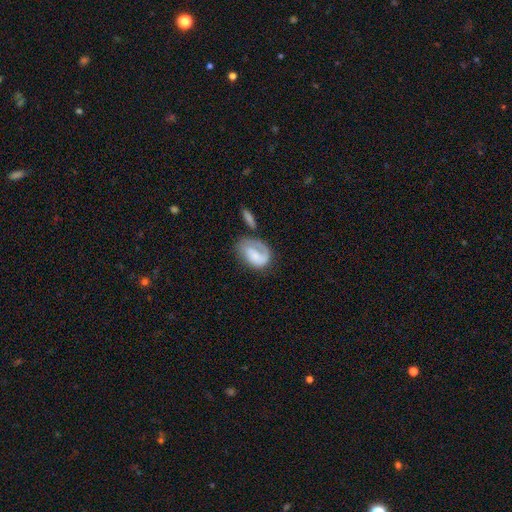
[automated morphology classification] featured or disk 52%, smooth 42%, star or artifact 7%. Down the decision tree: edge-on disk — no (97%); merging — none (39%).